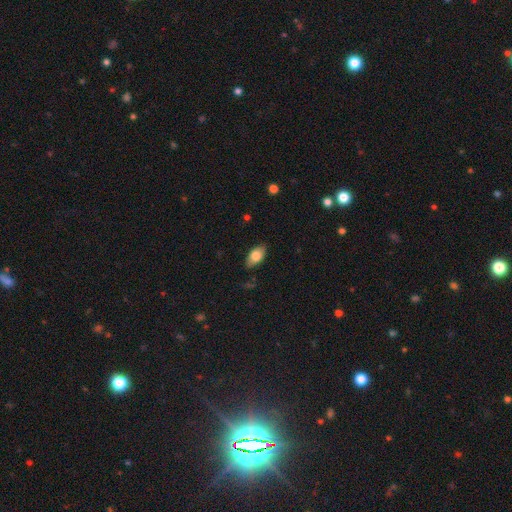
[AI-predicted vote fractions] A smooth galaxy with no disk features (78%) that is in between round and cigar-shaped (92%).

Vote fractions:
- Smooth or featured? smooth: 78% / featured or disk: 15% / star or artifact: 7%
- How rounded? in between: 92% / round: 5% / cigar-shaped: 4%
- Merging? none: 82% / minor disturbance: 14% / major disturbance: 3% / merger: 1%